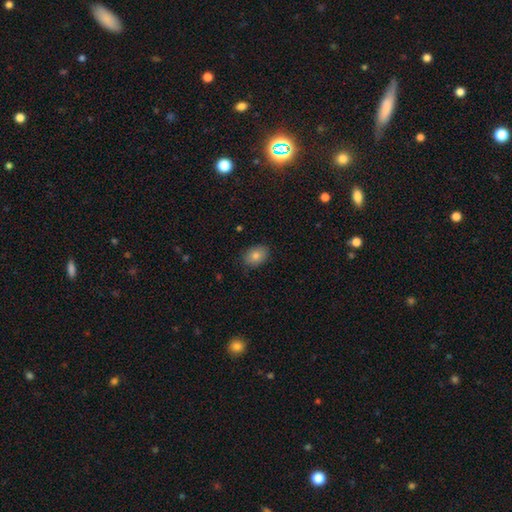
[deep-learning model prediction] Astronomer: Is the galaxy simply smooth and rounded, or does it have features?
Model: smooth — 80%.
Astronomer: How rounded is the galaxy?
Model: in between — 75%.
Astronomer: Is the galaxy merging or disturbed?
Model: none — 86%.